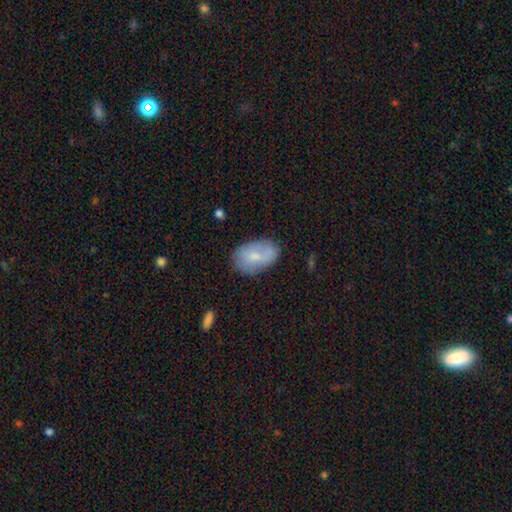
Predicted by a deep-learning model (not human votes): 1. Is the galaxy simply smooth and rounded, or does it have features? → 68% smooth, 25% featured or disk, 7% star or artifact.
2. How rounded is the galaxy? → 90% in between, 9% round, 1% cigar-shaped.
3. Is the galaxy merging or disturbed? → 72% none, 21% minor disturbance, 5% major disturbance, 3% merger.